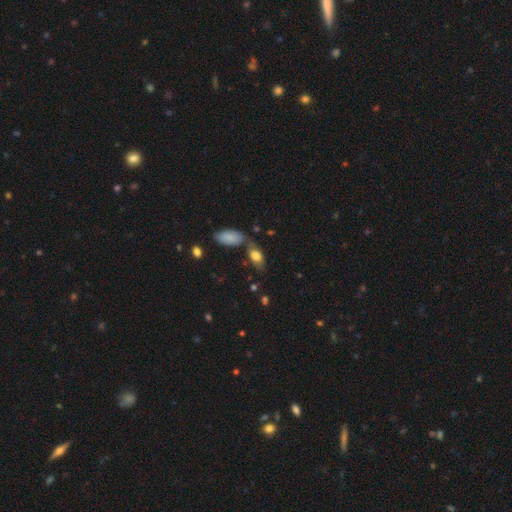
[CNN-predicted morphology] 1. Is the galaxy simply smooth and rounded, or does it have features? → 75% smooth, 17% featured or disk, 8% star or artifact.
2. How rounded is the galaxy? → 87% in between, 7% cigar-shaped, 6% round.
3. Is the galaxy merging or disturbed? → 59% none, 19% minor disturbance, 17% merger, 6% major disturbance.